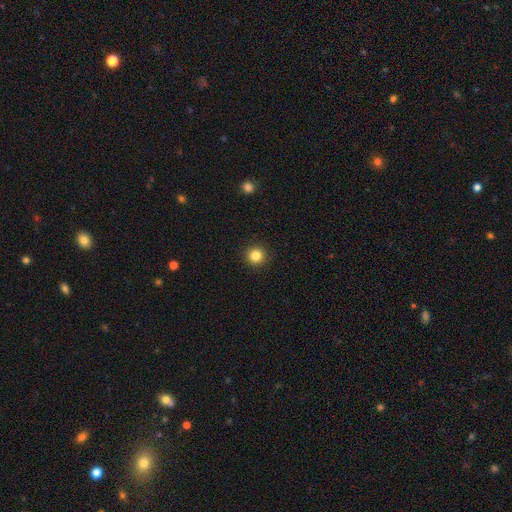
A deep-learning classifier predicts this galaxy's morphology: A smooth galaxy with no disk features (83%) that is round (96%). Merging: none (93%).